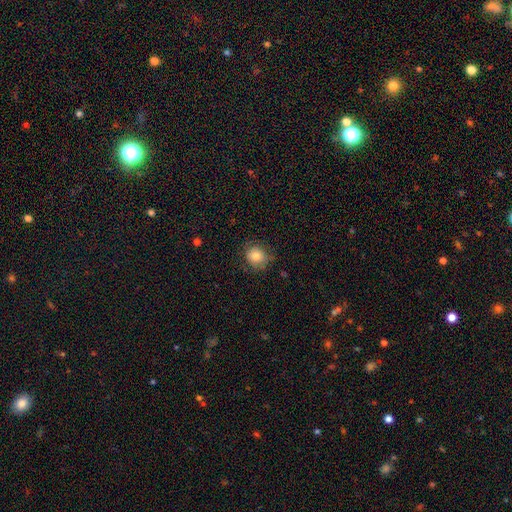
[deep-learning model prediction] Smooth or featured: smooth — 81% (featured or disk — 10%)
How rounded: round — 78% (in between — 21%)
Merging: none — 72% (minor disturbance — 20%)